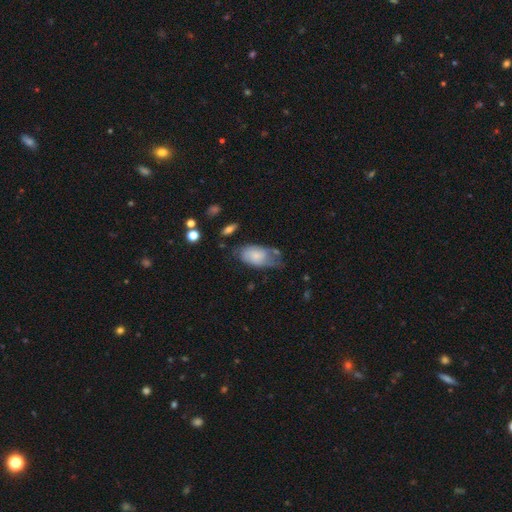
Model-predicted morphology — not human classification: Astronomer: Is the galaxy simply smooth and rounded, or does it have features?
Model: smooth — 65%.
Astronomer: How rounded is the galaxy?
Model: in between — 92%.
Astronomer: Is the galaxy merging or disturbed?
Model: none — 39% (runner-up: minor disturbance, 36%).